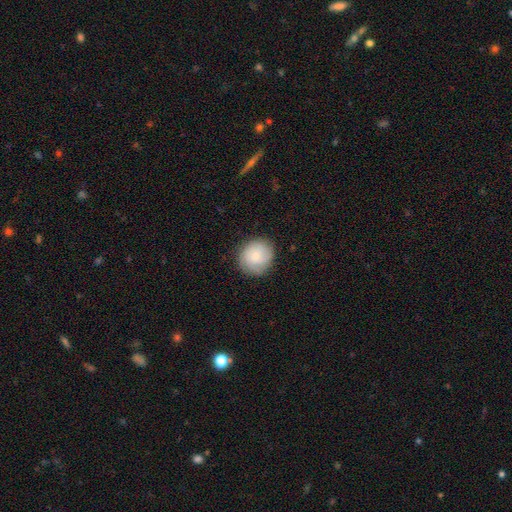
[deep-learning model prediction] Smooth or featured: smooth — 70% (featured or disk — 22%)
How rounded: round — 88% (in between — 11%)
Merging: none — 81% (minor disturbance — 14%)